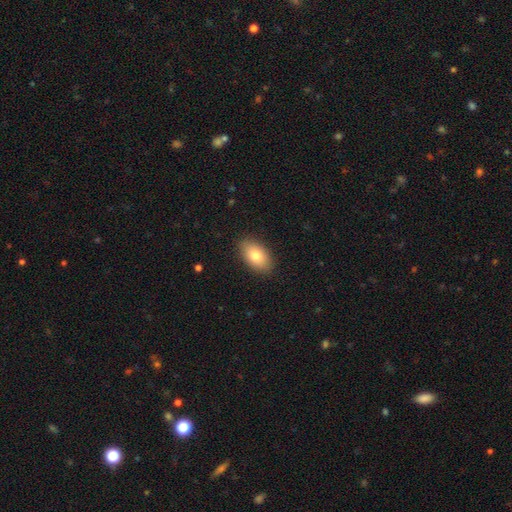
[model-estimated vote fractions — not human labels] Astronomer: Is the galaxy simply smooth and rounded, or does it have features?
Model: smooth — 79%.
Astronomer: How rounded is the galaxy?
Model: in between — 92%.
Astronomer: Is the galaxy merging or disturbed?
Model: none — 88%.